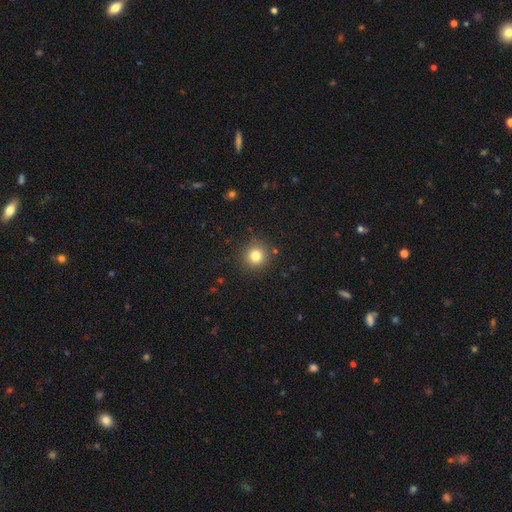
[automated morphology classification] smooth_or_featured: smooth (p=0.81) [alt: star or artifact p=0.13]
how_rounded: round (p=0.94) [alt: in between p=0.05]
merging: none (p=0.89) [alt: minor disturbance p=0.07]